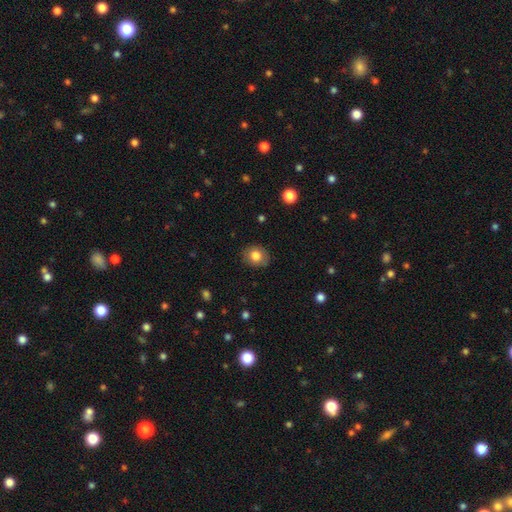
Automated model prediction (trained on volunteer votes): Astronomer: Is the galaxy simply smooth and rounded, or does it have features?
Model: smooth — 82%.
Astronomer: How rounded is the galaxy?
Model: round — 70%.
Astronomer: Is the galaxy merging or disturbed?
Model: none — 86%.